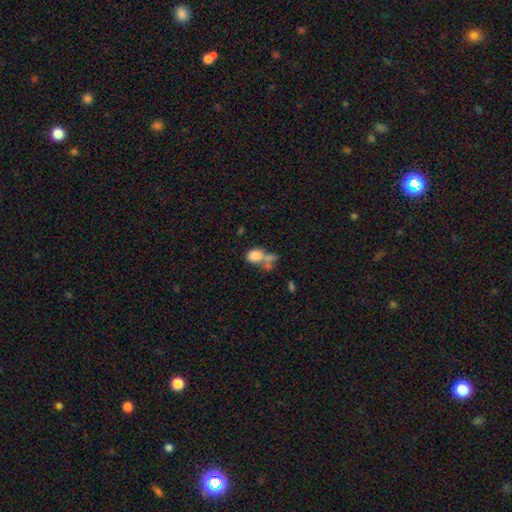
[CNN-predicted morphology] type=smooth (77%); roundness=in between (72%); merging=merger (52%).